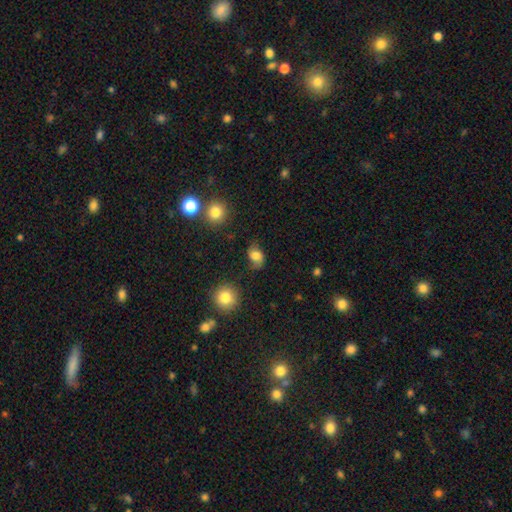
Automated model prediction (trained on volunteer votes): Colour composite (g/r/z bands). It shows a smooth galaxy with no disk features (71%) that is in between round and cigar-shaped (65%). Merging: none (64%).